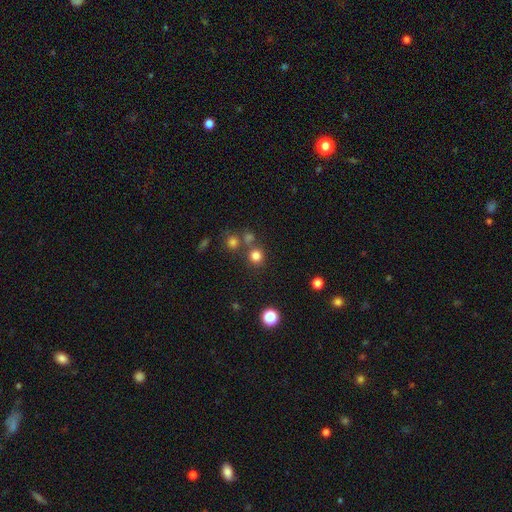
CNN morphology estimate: The model was most divided on "merging": none: 73%, merger: 15%, minor disturbance: 8%, major disturbance: 4%. More confident: how rounded — round (90%); smooth or featured — smooth (78%).